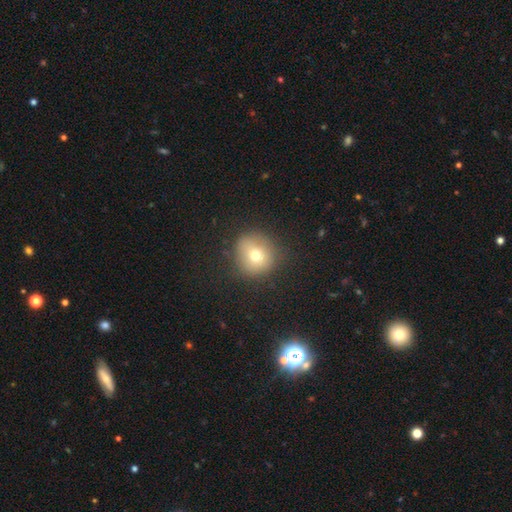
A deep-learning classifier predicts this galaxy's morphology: Smooth or featured: smooth — 69% (featured or disk — 16%)
How rounded: round — 89% (in between — 10%)
Merging: none — 80% (minor disturbance — 12%)